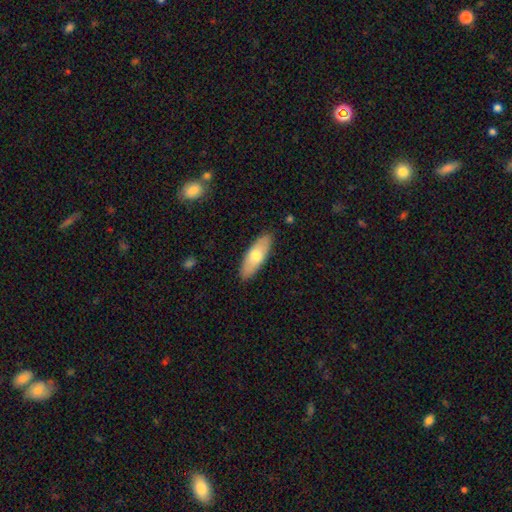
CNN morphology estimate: The model was most divided on "smooth or featured": smooth: 65%, featured or disk: 29%, star or artifact: 5%. More confident: merging — none (88%); how rounded — in between (70%).